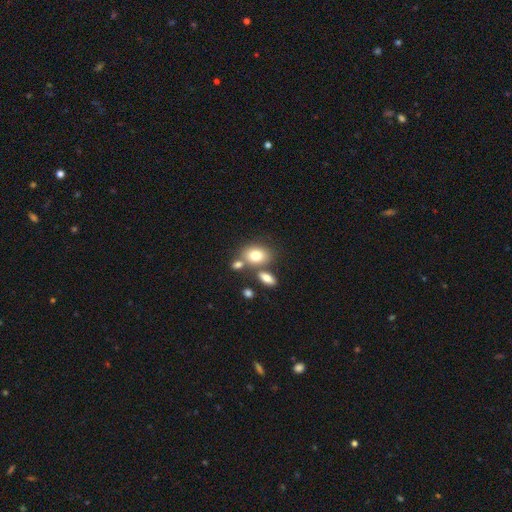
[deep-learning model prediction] This is likely a smooth galaxy (78%). How rounded: likely in between (68%). Merging: possibly none (58%).